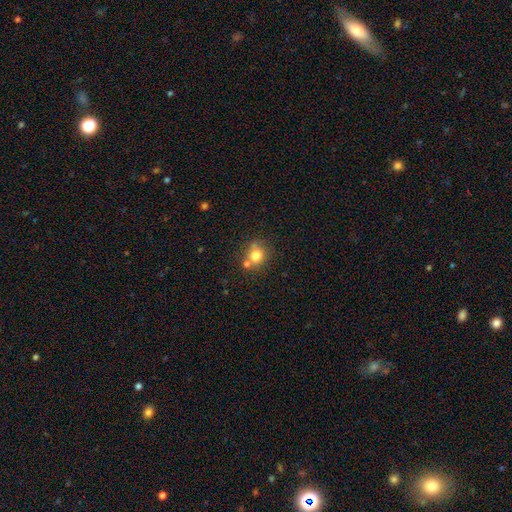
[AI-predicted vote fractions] Smooth or featured?
  - smooth: 76% *
  - star or artifact: 12%
  - featured or disk: 12%
How rounded?
  - round: 78% *
  - in between: 21%
  - cigar-shaped: 1%
Merging?
  - none: 60% *
  - merger: 23%
  - minor disturbance: 13%
  - major disturbance: 4%